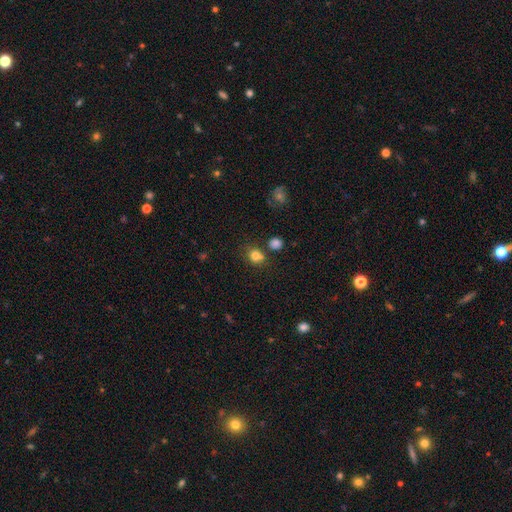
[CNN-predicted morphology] The model was most divided on "merging": none: 62%, merger: 21%, minor disturbance: 12%, major disturbance: 4%. More confident: smooth or featured — smooth (79%); how rounded — round (75%).